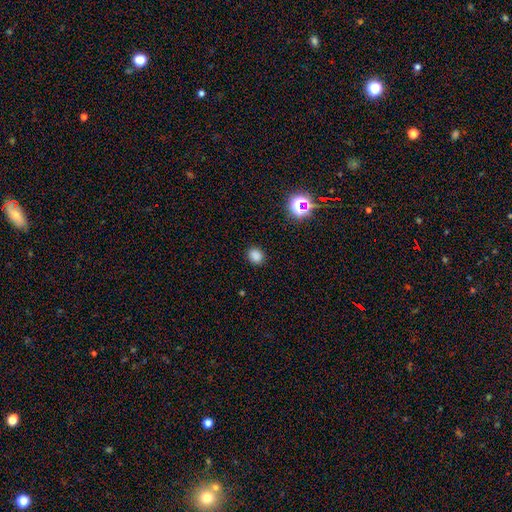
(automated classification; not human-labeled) Overall: smooth (82%). How rounded: round (60%; in between 39%). Merging: none (88%).